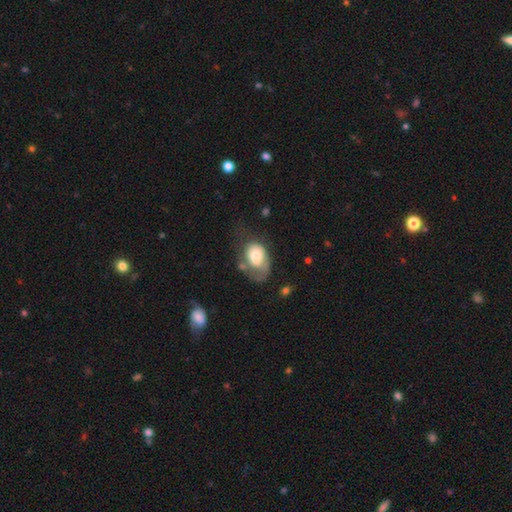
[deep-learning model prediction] This appears to be a smooth galaxy with no disk features (61%) that is in between round and cigar-shaped (79%). Merging: major disturbance (41%).